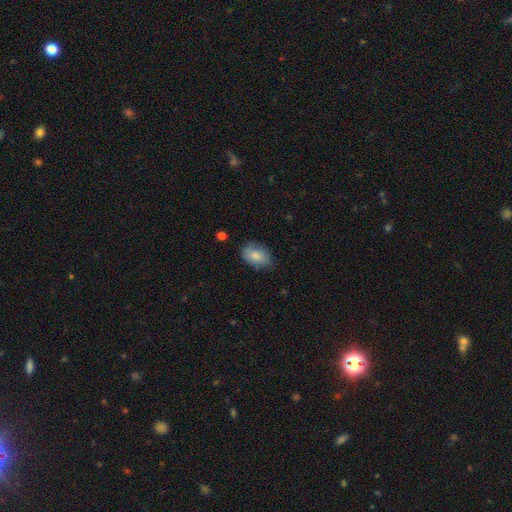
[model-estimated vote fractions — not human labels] A smooth galaxy with no disk features (81%) that is in between round and cigar-shaped (84%).

Vote fractions:
- Smooth or featured? smooth: 81% / featured or disk: 12% / star or artifact: 7%
- How rounded? in between: 84% / round: 14% / cigar-shaped: 1%
- Merging? none: 67% / minor disturbance: 26% / major disturbance: 5% / merger: 1%